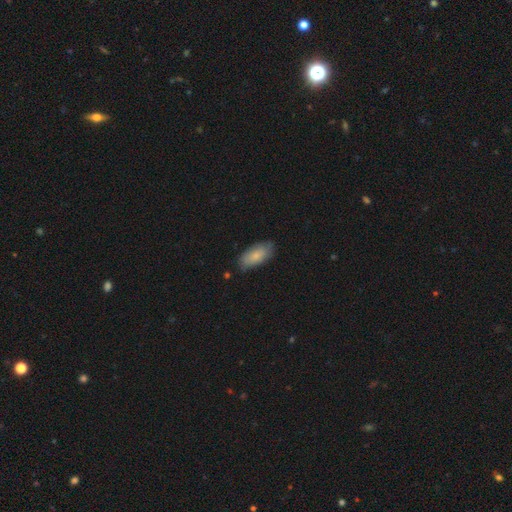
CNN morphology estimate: Smooth or featured?
  - smooth: 79% *
  - featured or disk: 15%
  - star or artifact: 6%
How rounded?
  - in between: 90% *
  - cigar-shaped: 8%
  - round: 2%
Merging?
  - none: 75% *
  - minor disturbance: 20%
  - major disturbance: 3%
  - merger: 1%